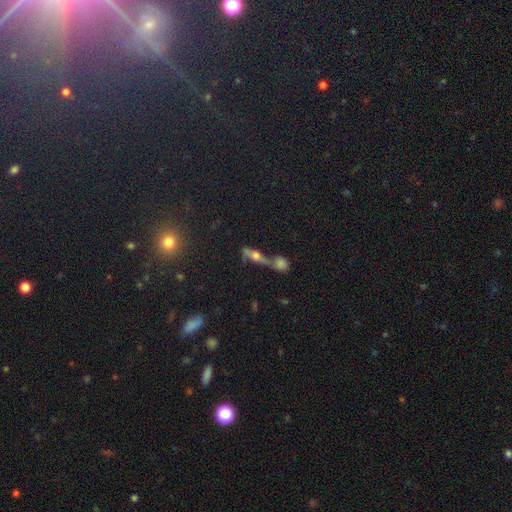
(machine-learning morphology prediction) Smooth or featured: featured or disk — 41% (smooth — 35%)
Merging: merger — 48% (none — 32%)